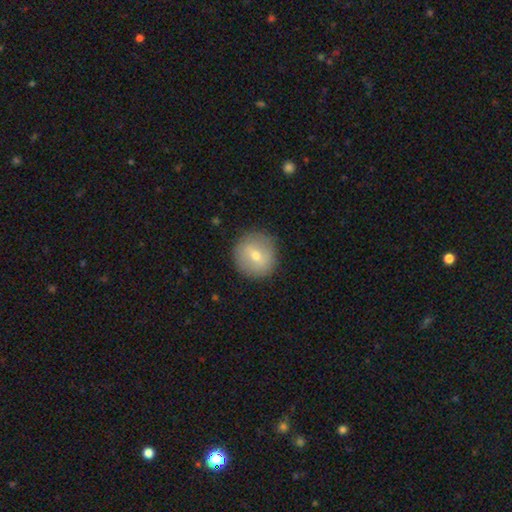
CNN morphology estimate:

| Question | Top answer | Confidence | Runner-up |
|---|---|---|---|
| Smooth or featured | smooth | 64% | featured or disk (28%) |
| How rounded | round | 93% | in between (6%) |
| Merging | none | 88% | minor disturbance (9%) |